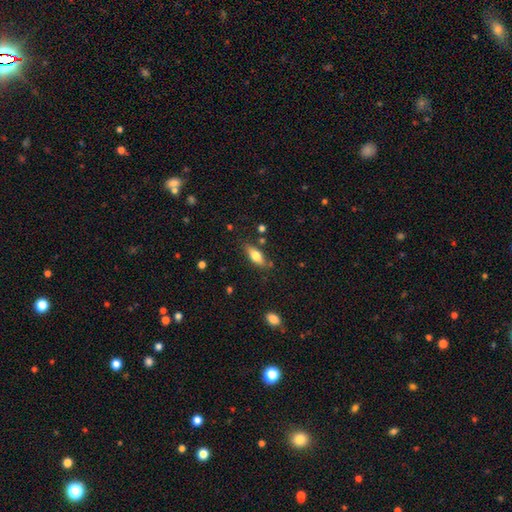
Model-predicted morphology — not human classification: Smooth or featured: smooth — 72% (featured or disk — 21%)
How rounded: in between — 75% (cigar-shaped — 23%)
Merging: none — 78% (minor disturbance — 15%)